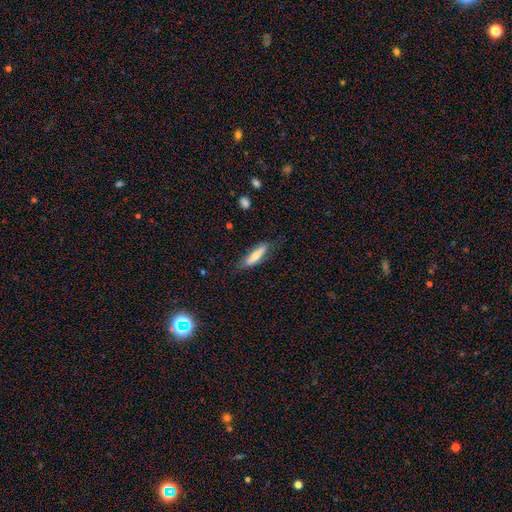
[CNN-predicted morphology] Smooth or featured: smooth — 68% (featured or disk — 25%)
How rounded: cigar-shaped — 67% (in between — 32%)
Merging: none — 71% (minor disturbance — 22%)